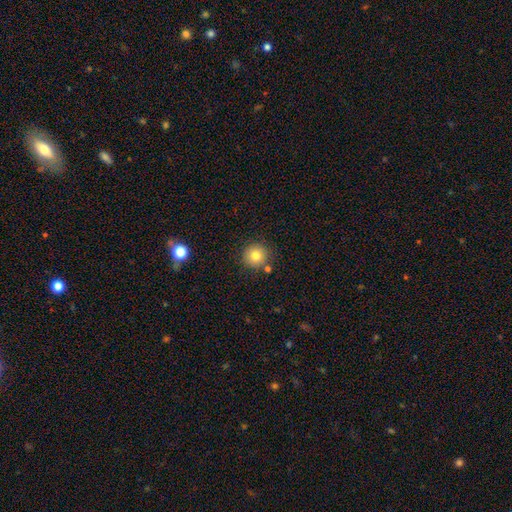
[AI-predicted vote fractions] Smooth or featured: smooth — 80% (star or artifact — 12%)
How rounded: round — 94% (in between — 5%)
Merging: none — 82% (minor disturbance — 9%)